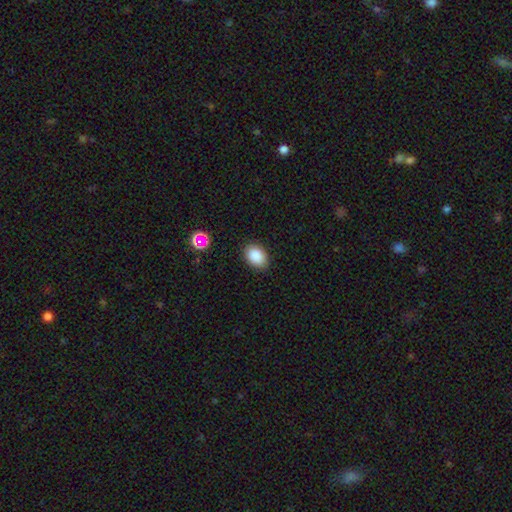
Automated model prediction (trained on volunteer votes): The model was most divided on "how rounded": in between: 81%, round: 18%, cigar-shaped: 1%. More confident: smooth or featured — smooth (87%); merging — none (85%).